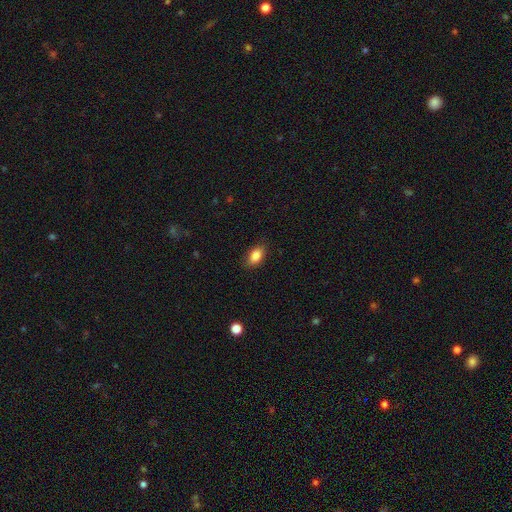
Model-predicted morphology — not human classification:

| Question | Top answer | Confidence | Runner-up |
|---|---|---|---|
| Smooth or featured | smooth | 87% | star or artifact (8%) |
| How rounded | in between | 88% | round (9%) |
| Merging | none | 85% | minor disturbance (11%) |